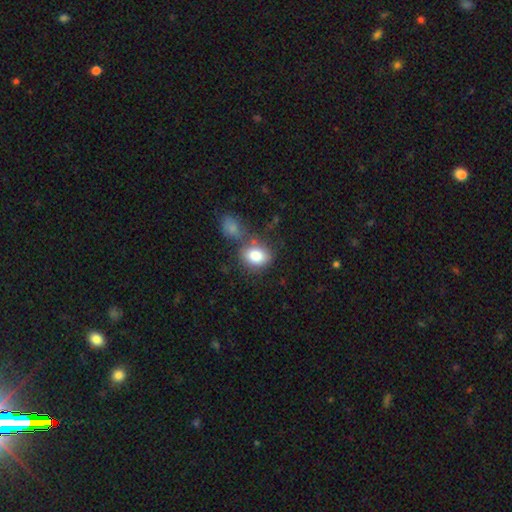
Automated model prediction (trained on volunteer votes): Smooth or featured: smooth — 83% (featured or disk — 9%)
How rounded: in between — 58% (round — 40%)
Merging: none — 55% (merger — 24%)